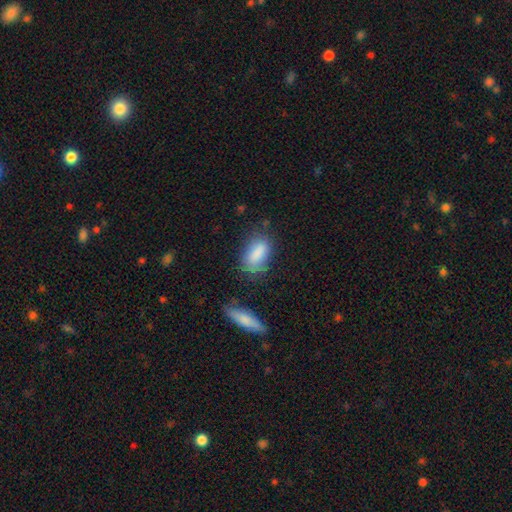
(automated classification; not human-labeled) A smooth galaxy with no disk features (84%) that is in between round and cigar-shaped (88%).

Vote fractions:
- Smooth or featured? smooth: 84% / featured or disk: 9% / star or artifact: 7%
- How rounded? in between: 88% / cigar-shaped: 7% / round: 5%
- Merging? none: 65% / minor disturbance: 23% / major disturbance: 7% / merger: 5%